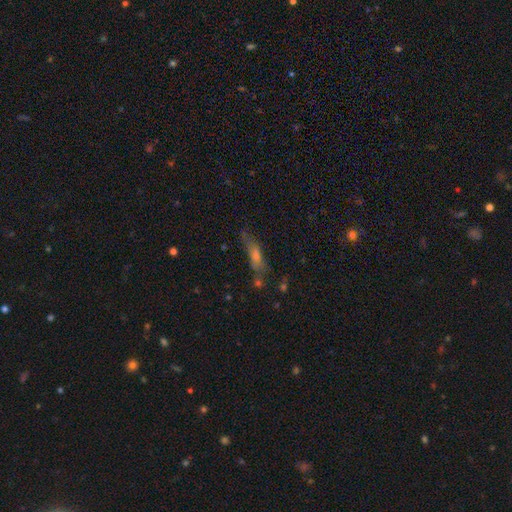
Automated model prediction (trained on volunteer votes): Q: Smooth or featured?
A: smooth (48%); runner-up: featured or disk (35%)
Q: Merging?
A: none (54%); runner-up: minor disturbance (23%)